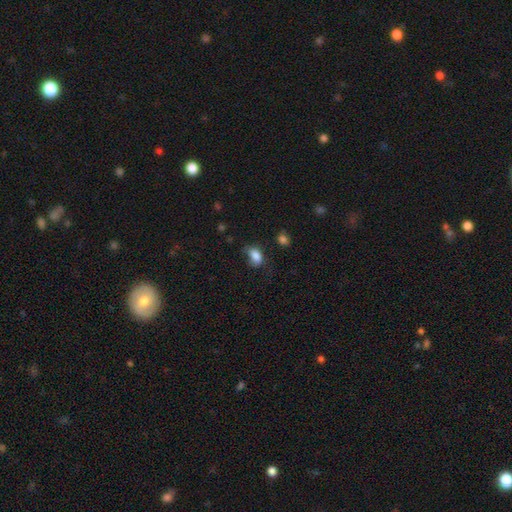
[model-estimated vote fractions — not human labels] This is clearly a smooth galaxy (84%). How rounded: clearly in between (85%). Merging: possibly none (46%).